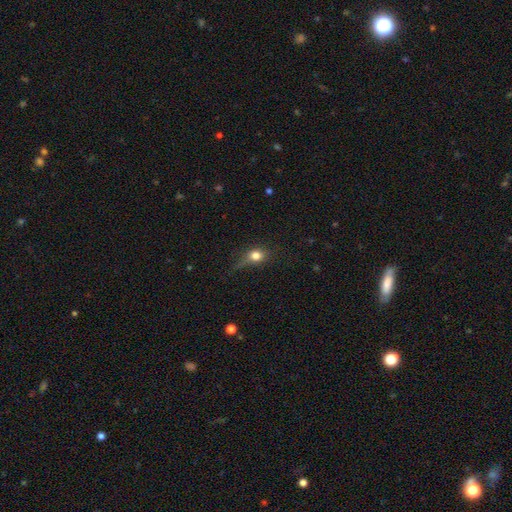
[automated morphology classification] type=smooth (72%); roundness=round (50%); merging=none (50%).